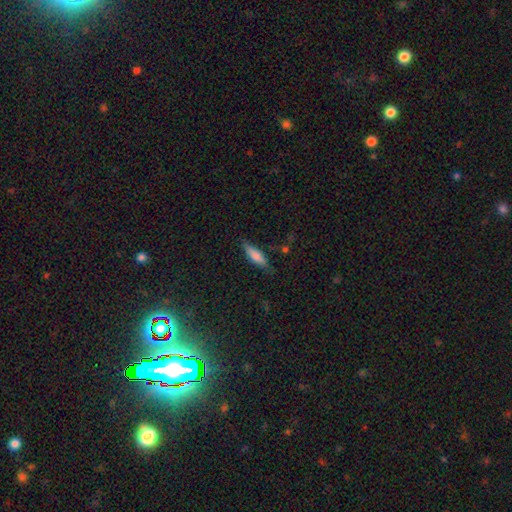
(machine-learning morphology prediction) A smooth galaxy with no disk features (75%) that is cigar-shaped (56%). Merging: none (76%).